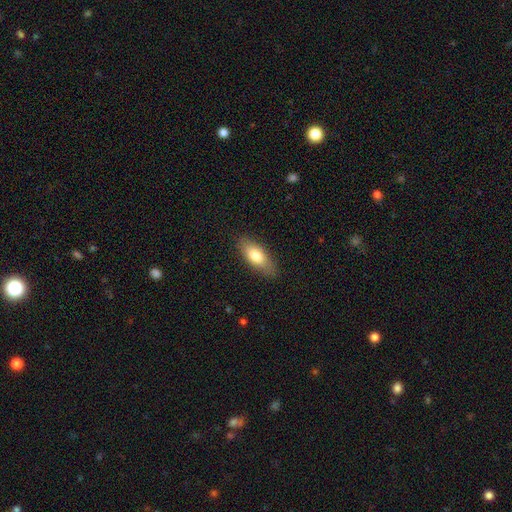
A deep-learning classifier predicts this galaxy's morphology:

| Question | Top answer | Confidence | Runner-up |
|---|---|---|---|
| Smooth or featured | smooth | 75% | featured or disk (19%) |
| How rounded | in between | 76% | cigar-shaped (21%) |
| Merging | none | 84% | minor disturbance (13%) |